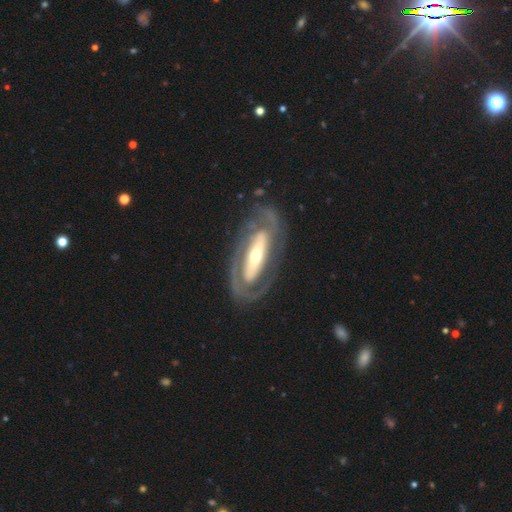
smooth_or_featured: featured or disk (p=0.89) [alt: smooth p=0.05]
disk_edge_on: no (p=0.91) [alt: yes p=0.09]
bar: strong (p=0.57) [alt: weak p=0.23]
has_spiral_arms: yes (p=0.83) [alt: no p=0.17]
spiral_winding: tight (p=0.60) [alt: medium p=0.24]
spiral_arm_count: 2 (p=0.48) [alt: can't tell p=0.28]
bulge_size: moderate (p=0.53) [alt: small p=0.37]
merging: none (p=0.77) [alt: minor disturbance p=0.14]